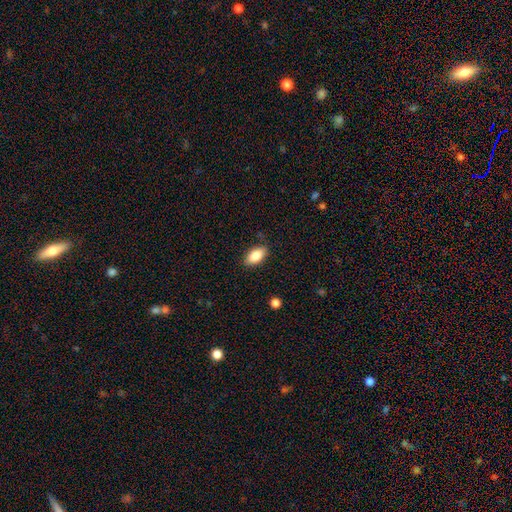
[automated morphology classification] smooth 85%, featured or disk 8%, star or artifact 7%. Down the decision tree: how rounded — in between (91%); merging — none (85%).